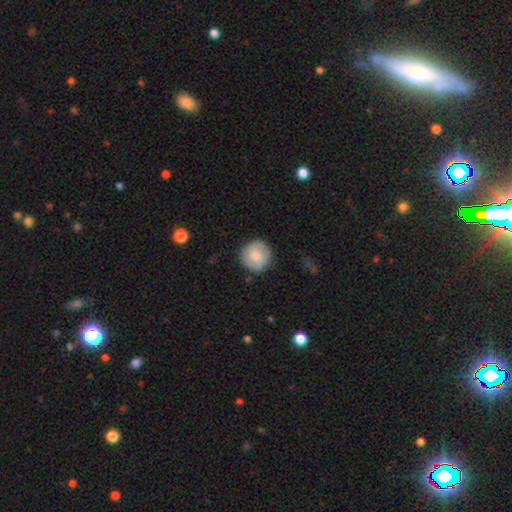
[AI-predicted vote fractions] A smooth galaxy with no disk features (61%) that is round (93%).

Vote fractions:
- Smooth or featured? smooth: 61% / featured or disk: 33% / star or artifact: 6%
- How rounded? round: 93% / in between: 6% / cigar-shaped: 1%
- Merging? none: 83% / minor disturbance: 12% / major disturbance: 3% / merger: 1%